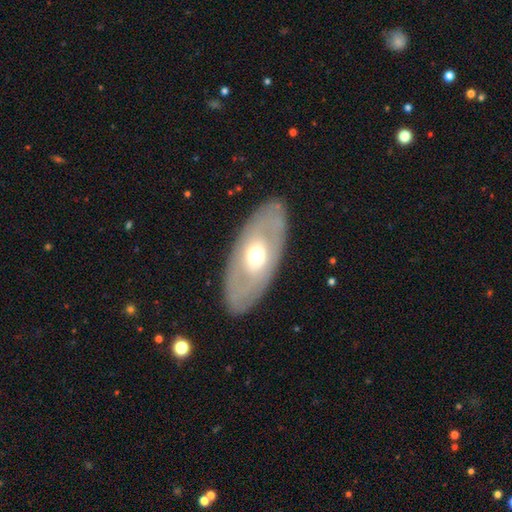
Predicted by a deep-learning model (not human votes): Smooth or featured? Predicted: featured or disk (p=0.55). Edge-on disk? Predicted: no (p=0.83). Merging? Predicted: none (p=0.84).